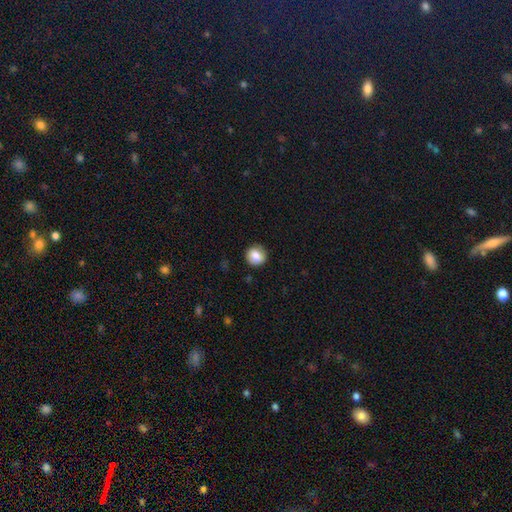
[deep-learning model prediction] A smooth galaxy with no disk features (83%) that is round (92%). Merging: none (88%).